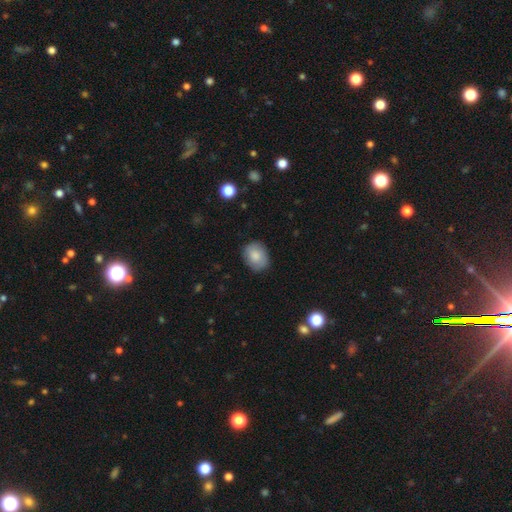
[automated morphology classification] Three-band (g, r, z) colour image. It shows a smooth galaxy with no disk features (80%) that is in between round and cigar-shaped (53%). Merging: none (82%).